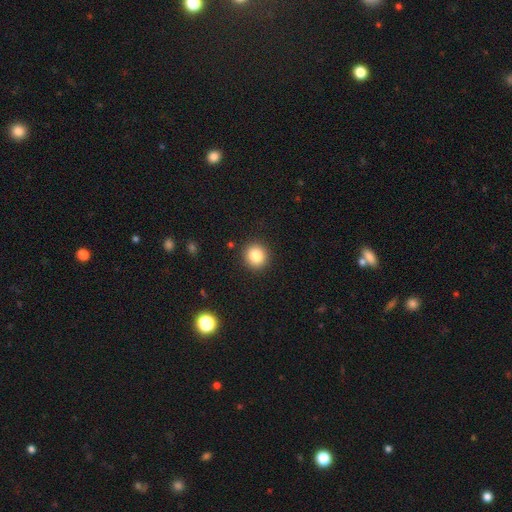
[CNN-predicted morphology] Overall: smooth (84%). How rounded: round (91%). Merging: none (91%).